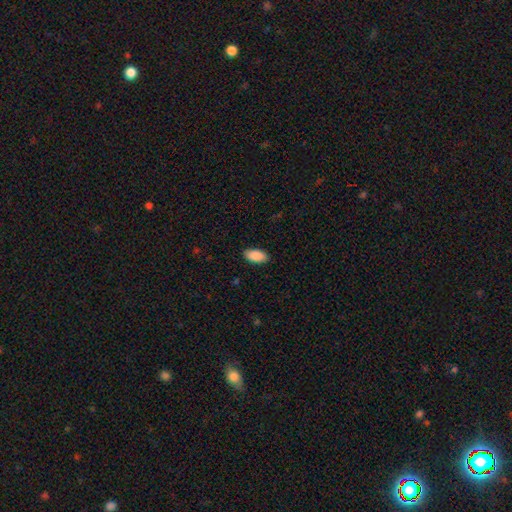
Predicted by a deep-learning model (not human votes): Q: Smooth or featured?
A: smooth (91%); runner-up: star or artifact (6%)
Q: How rounded?
A: in between (94%); runner-up: cigar-shaped (4%)
Q: Merging?
A: none (89%); runner-up: minor disturbance (9%)